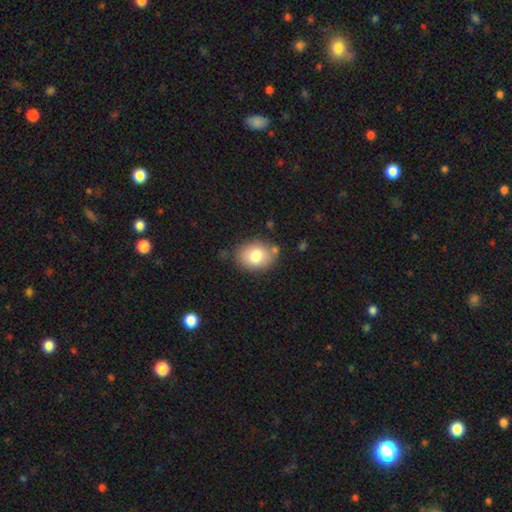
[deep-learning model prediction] This is likely a smooth galaxy (79%). How rounded: possibly in between (55%). Merging: likely none (77%).